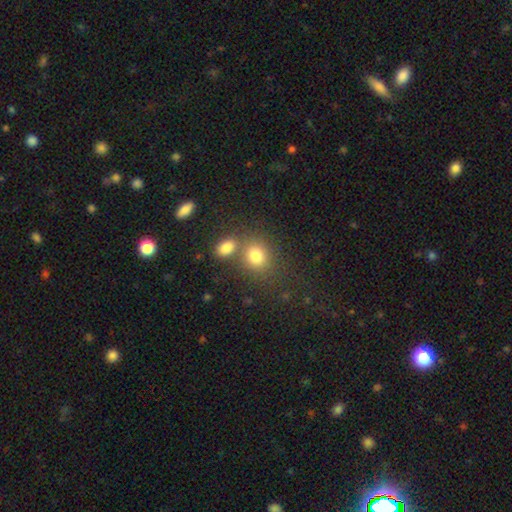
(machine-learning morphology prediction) A smooth galaxy with no disk features (79%) that is round (55%). Merging: none (54%).